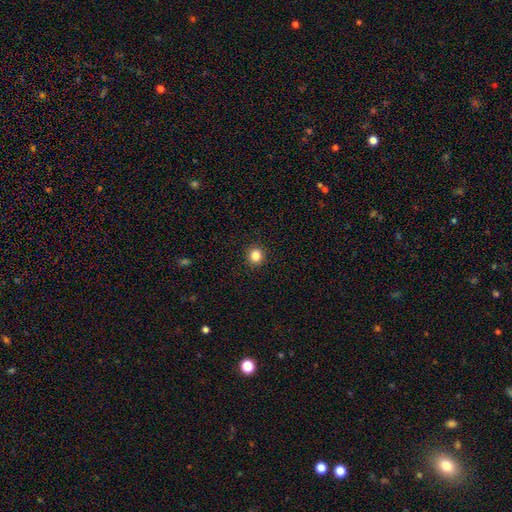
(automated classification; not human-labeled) A smooth galaxy with no disk features (85%) that is round (93%).

Vote fractions:
- Smooth or featured? smooth: 85% / star or artifact: 11% / featured or disk: 4%
- How rounded? round: 93% / in between: 6% / cigar-shaped: 1%
- Merging? none: 93% / minor disturbance: 5% / major disturbance: 2% / merger: 1%